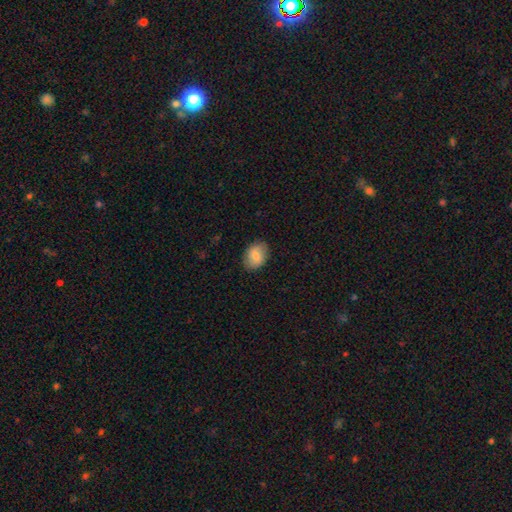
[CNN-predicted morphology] Overall: smooth (79%). How rounded: in between (76%). Merging: none (85%).